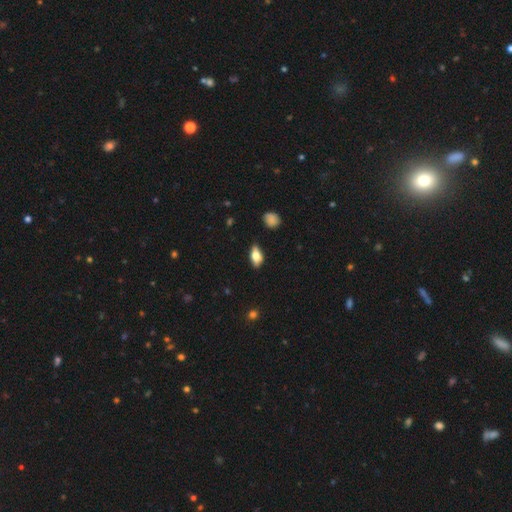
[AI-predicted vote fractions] Smooth or featured? smooth (68%)
How rounded? in between (84%)
Merging? none (81%)